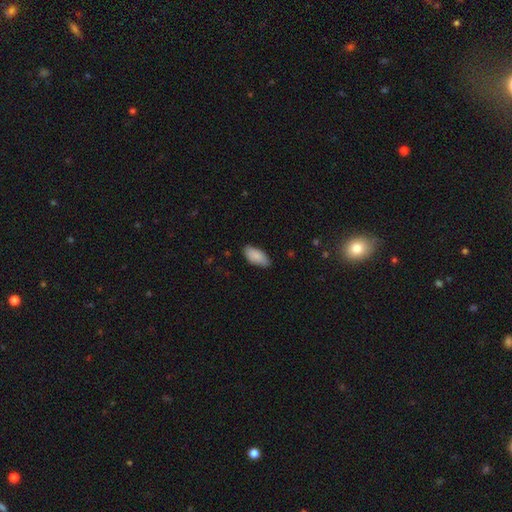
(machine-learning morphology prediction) Q: Smooth or featured?
A: smooth (89%); runner-up: star or artifact (6%)
Q: How rounded?
A: in between (92%); runner-up: cigar-shaped (7%)
Q: Merging?
A: none (78%); runner-up: minor disturbance (19%)